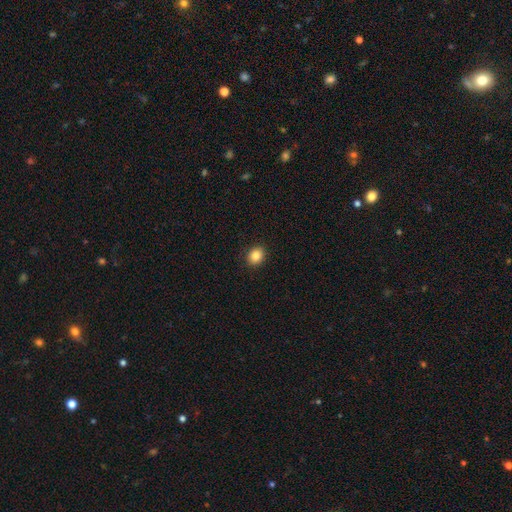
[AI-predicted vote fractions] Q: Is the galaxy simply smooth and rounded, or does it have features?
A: smooth — 85%.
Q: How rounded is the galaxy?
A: round — 63%.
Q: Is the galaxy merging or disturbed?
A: none — 91%.